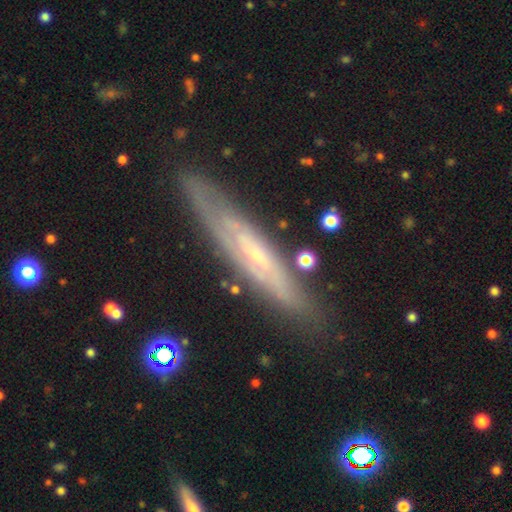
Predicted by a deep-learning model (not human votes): This appears to be a featured or disk galaxy (72%) viewed edge-on (65%). Merging: none (81%).